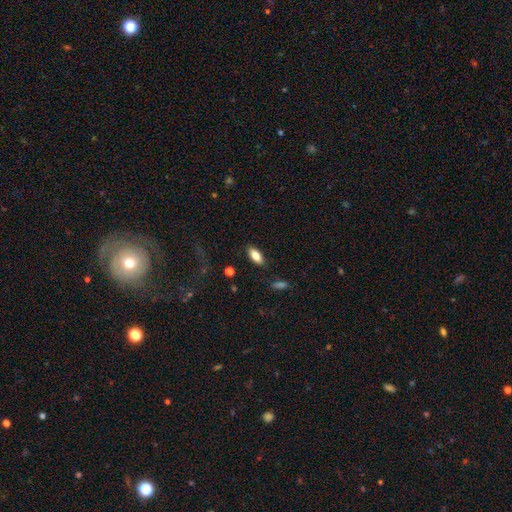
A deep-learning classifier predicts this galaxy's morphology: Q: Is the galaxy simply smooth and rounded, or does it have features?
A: smooth — 82%.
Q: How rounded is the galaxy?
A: in between — 87%.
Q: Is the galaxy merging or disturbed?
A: none — 87%.